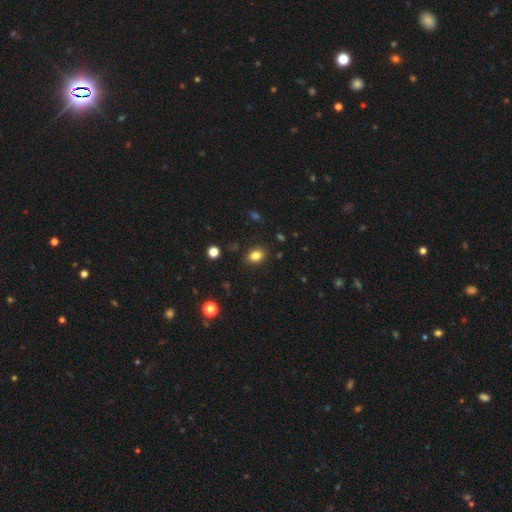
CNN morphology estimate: A smooth galaxy with no disk features (82%) that is in between round and cigar-shaped (66%).

Vote fractions:
- Smooth or featured? smooth: 82% / star or artifact: 11% / featured or disk: 7%
- How rounded? in between: 66% / round: 33% / cigar-shaped: 1%
- Merging? none: 86% / minor disturbance: 10% / major disturbance: 2% / merger: 2%